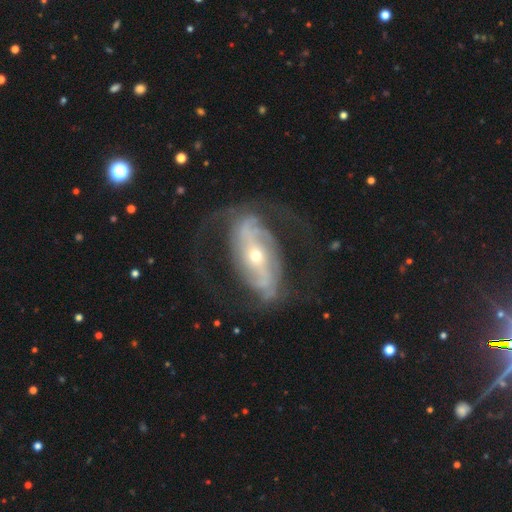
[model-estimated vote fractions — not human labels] The model was most divided on "spiral winding": medium: 44%, loose: 29%, tight: 27%. Remaining: edge-on disk — no (92%); spiral arms — yes (88%); smooth or featured — featured or disk (86%); spiral arm count — 2 (77%); bulge size — small (67%); merging — none (64%); bar — strong (47%).